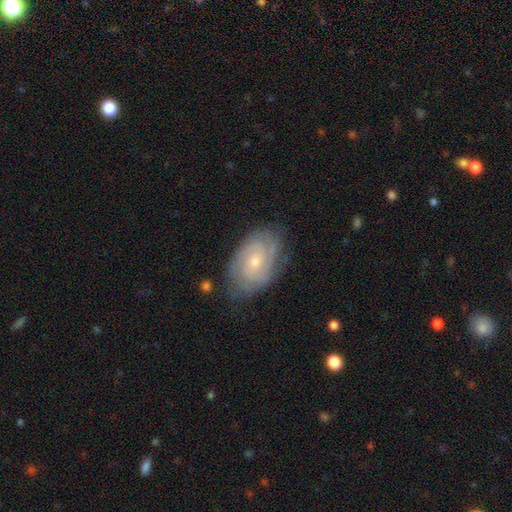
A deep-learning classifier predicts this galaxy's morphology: Smooth or featured: featured or disk — 67% (smooth — 21%)
Edge-on disk: no — 95% (yes — 5%)
Bar: no — 69% (weak — 27%)
Spiral arms: yes — 90% (no — 10%)
Spiral winding: tight — 66% (medium — 26%)
Spiral arm count: can't tell — 42% (2 — 26%)
Bulge size: small — 55% (moderate — 41%)
Merging: none — 79% (minor disturbance — 16%)